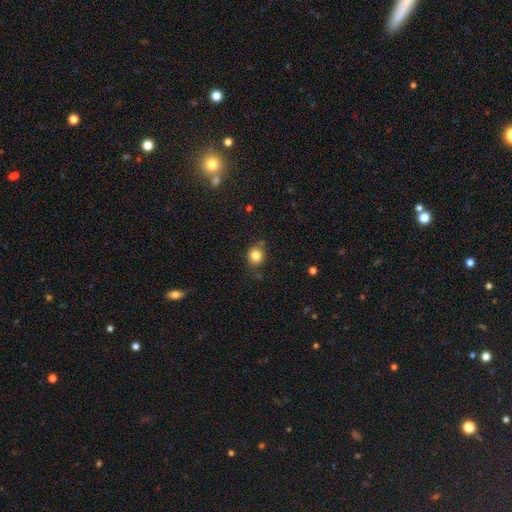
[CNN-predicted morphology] Smooth or featured: smooth — 83% (star or artifact — 11%)
How rounded: round — 82% (in between — 17%)
Merging: none — 78% (minor disturbance — 14%)